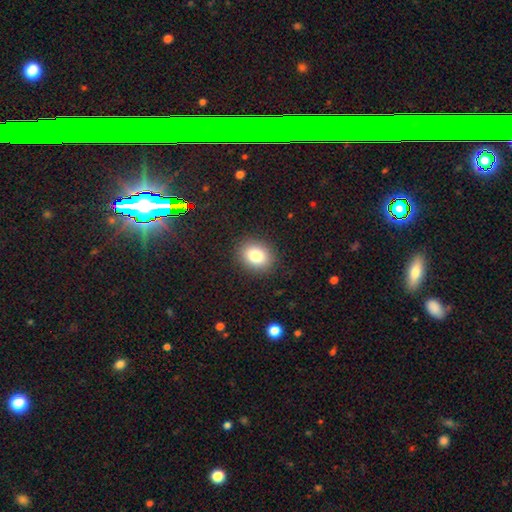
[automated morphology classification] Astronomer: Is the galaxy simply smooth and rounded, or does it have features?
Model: smooth — 81%.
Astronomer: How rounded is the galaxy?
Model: round — 52% (runner-up: in between, 47%).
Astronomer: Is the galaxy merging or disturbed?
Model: none — 89%.